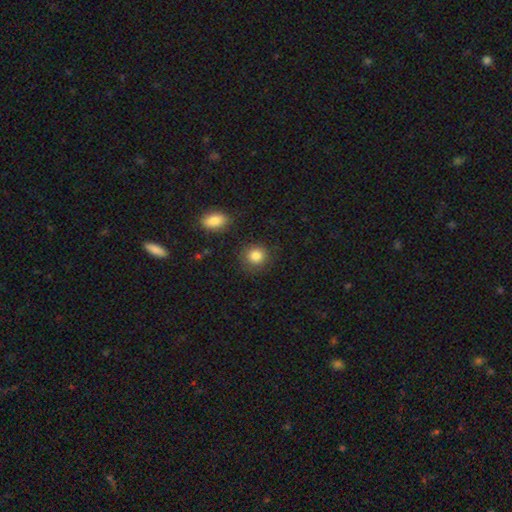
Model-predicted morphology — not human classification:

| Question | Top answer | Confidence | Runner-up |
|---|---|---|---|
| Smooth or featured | smooth | 86% | star or artifact (9%) |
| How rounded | round | 86% | in between (13%) |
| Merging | none | 84% | minor disturbance (10%) |